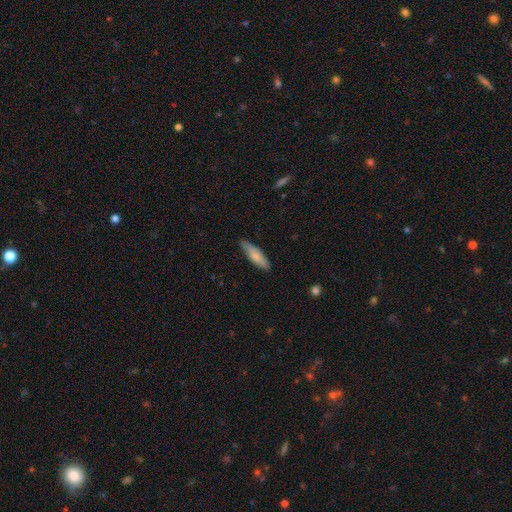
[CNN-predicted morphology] A smooth galaxy with no disk features (75%) that is cigar-shaped (57%). Merging: none (79%).